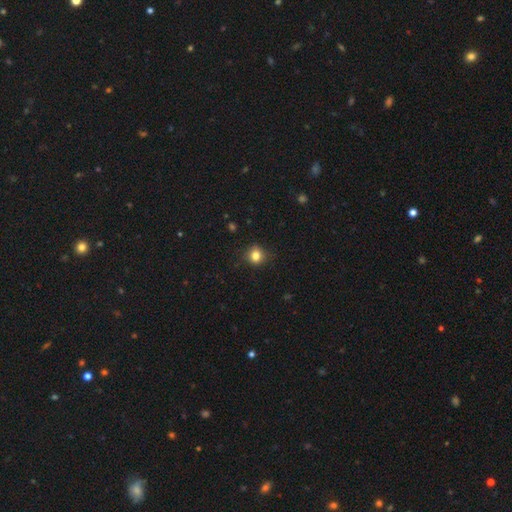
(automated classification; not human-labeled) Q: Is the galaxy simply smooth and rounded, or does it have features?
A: smooth — 82%.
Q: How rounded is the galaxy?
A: round — 84%.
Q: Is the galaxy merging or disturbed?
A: none — 85%.